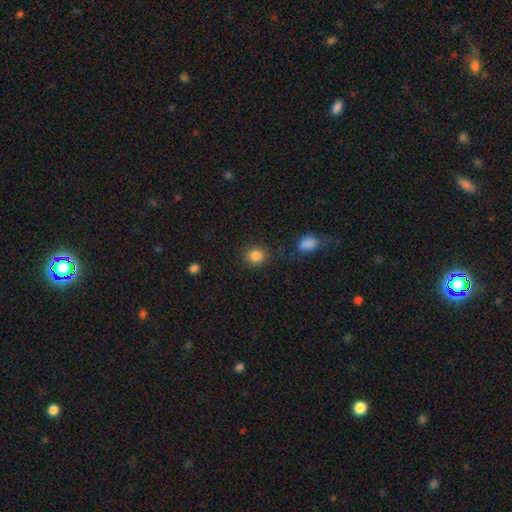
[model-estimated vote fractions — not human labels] Smooth or featured: smooth — 85% (star or artifact — 10%)
How rounded: round — 83% (in between — 16%)
Merging: none — 85% (minor disturbance — 8%)